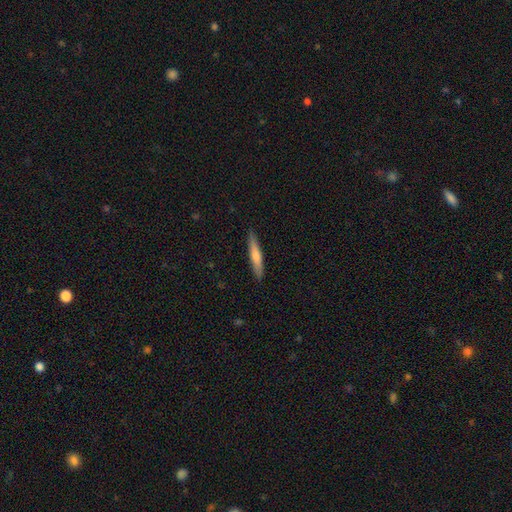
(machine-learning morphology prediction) This is possibly a smooth galaxy (57%). How rounded: clearly cigar-shaped (94%). Merging: clearly none (91%).